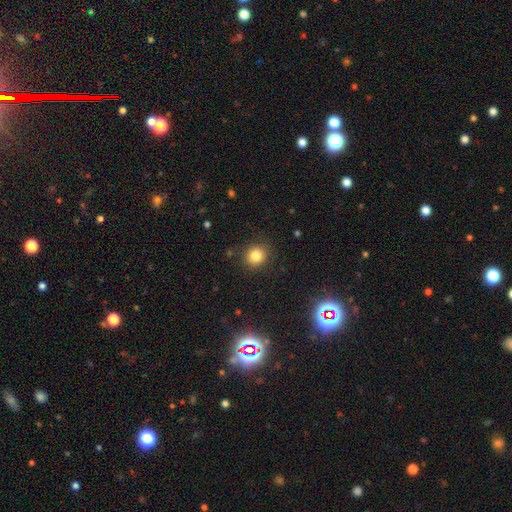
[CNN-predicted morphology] A smooth galaxy with no disk features (82%) that is round (83%).

Vote fractions:
- Smooth or featured? smooth: 82% / star or artifact: 12% / featured or disk: 6%
- How rounded? round: 83% / in between: 16% / cigar-shaped: 1%
- Merging? none: 87% / minor disturbance: 9% / major disturbance: 3% / merger: 2%